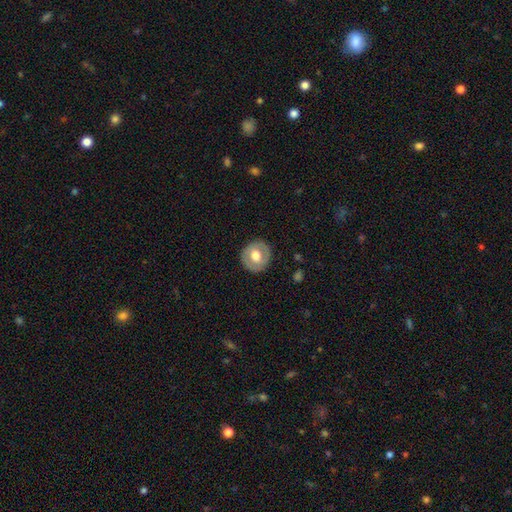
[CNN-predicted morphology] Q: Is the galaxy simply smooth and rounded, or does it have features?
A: smooth — 54%.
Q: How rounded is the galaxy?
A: round — 84%.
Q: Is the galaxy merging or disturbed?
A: none — 87%.